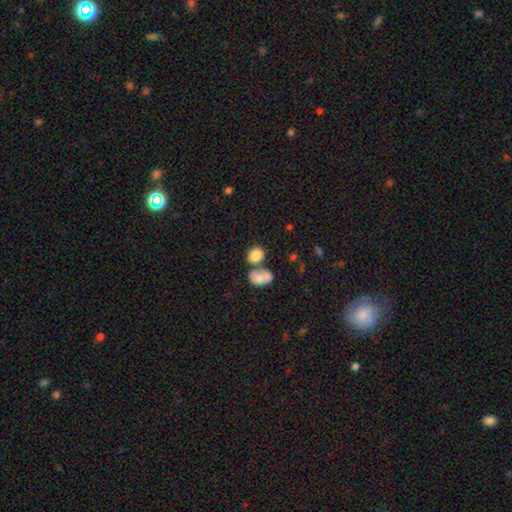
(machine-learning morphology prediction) Overall: smooth (82%). How rounded: round (64%; in between 35%). Merging: none (47%; merger 38%).